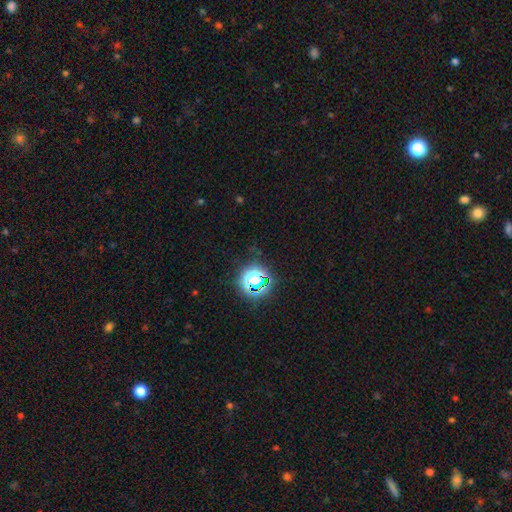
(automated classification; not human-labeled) This is likely a star or artifact rather than a galaxy (75%).